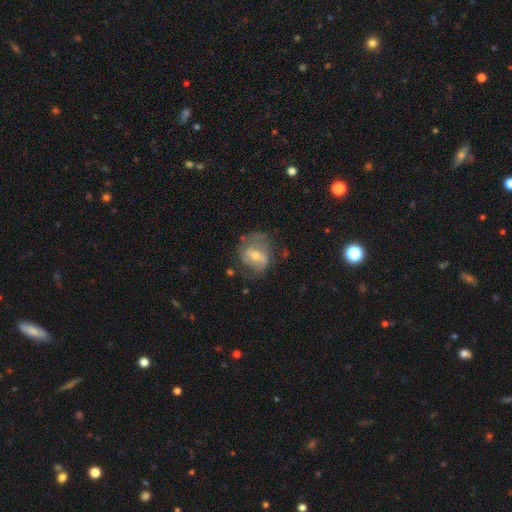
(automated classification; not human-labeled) A featured or disk galaxy (60%) with a weak bar (45%), spiral arms (61%) and a moderate central bulge (58%).

Vote fractions:
- Smooth or featured? featured or disk: 60% / smooth: 33% / star or artifact: 7%
- Edge-on disk? no: 95% / yes: 5%
- Bar? weak: 45% / strong: 34% / no: 21%
- Spiral arms? yes: 61% / no: 39%
- Bulge size? moderate: 58% / small: 35% / large: 4% / none: 2% / dominant: 1%
- Merging? none: 51% / minor disturbance: 26% / major disturbance: 20% / merger: 3%